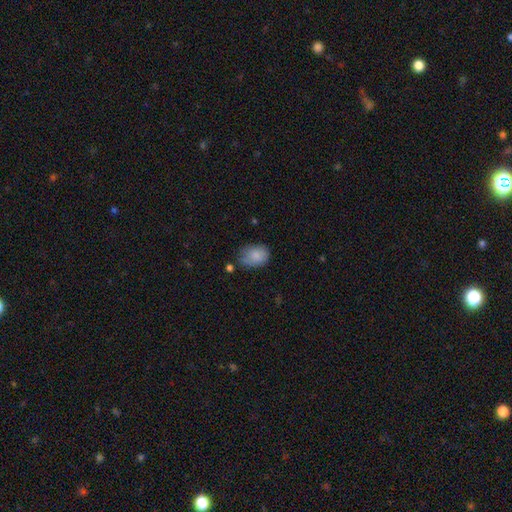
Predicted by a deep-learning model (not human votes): This is clearly a smooth galaxy (85%). How rounded: likely in between (76%). Merging: possibly none (59%).